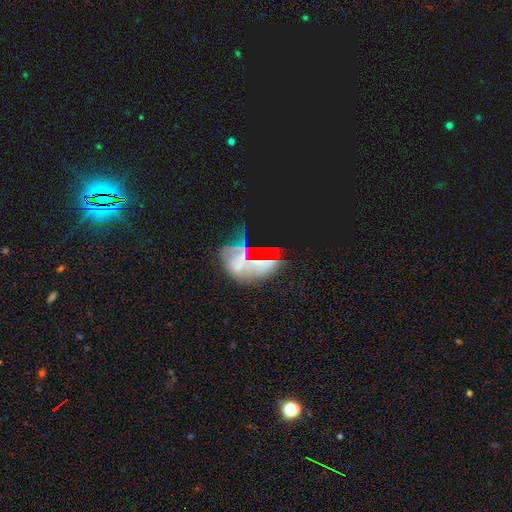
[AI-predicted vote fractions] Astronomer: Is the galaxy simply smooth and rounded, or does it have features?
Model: star or artifact — 51% (runner-up: featured or disk, 28%).